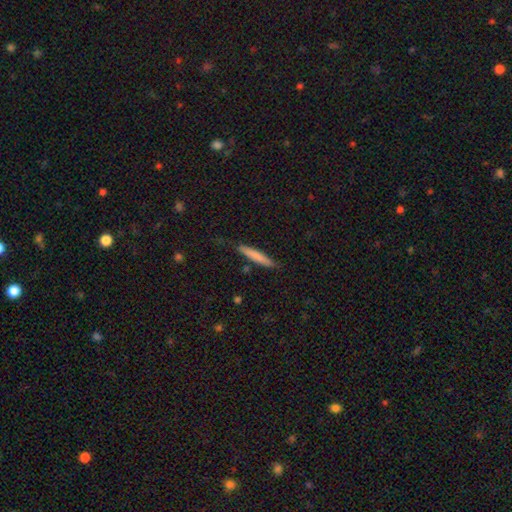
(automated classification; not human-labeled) Smooth or featured? smooth (76%)
How rounded? cigar-shaped (94%)
Merging? none (83%)